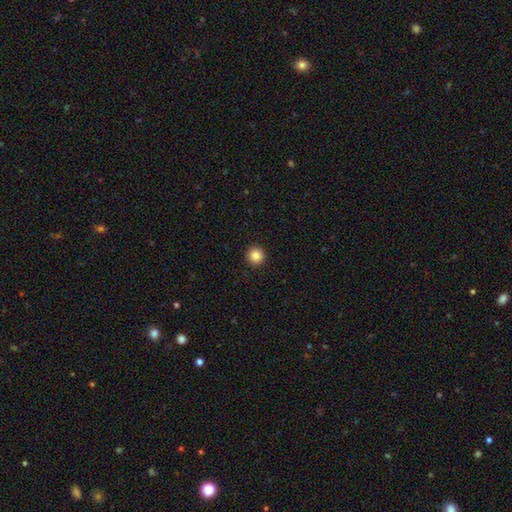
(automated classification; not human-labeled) Morphology: type=smooth (86%); roundness=round (96%); merging=none (93%).